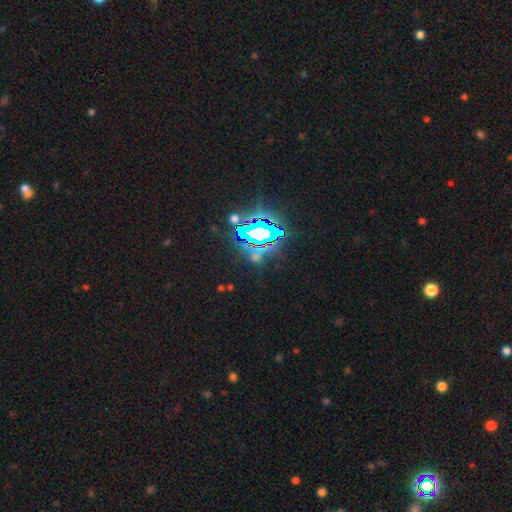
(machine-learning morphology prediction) star or artifact 72%, smooth 16%, featured or disk 12%.